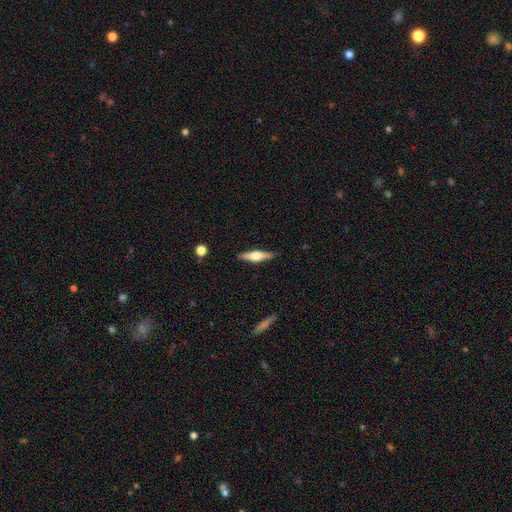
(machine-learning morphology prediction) featured or disk 60%, smooth 34%, star or artifact 6%. Down the decision tree: edge-on disk — yes (96%); edge-on bulge — rounded (86%); merging — none (88%).